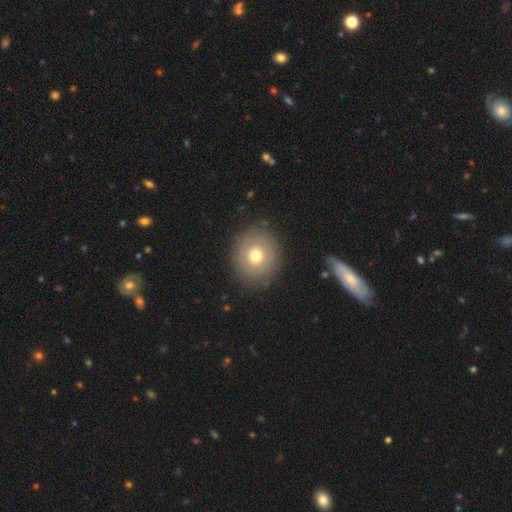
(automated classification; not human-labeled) A smooth galaxy with no disk features (59%) that is round (86%).

Vote fractions:
- Smooth or featured? smooth: 59% / featured or disk: 33% / star or artifact: 8%
- How rounded? round: 86% / in between: 13% / cigar-shaped: 1%
- Merging? none: 85% / minor disturbance: 10% / major disturbance: 4% / merger: 1%